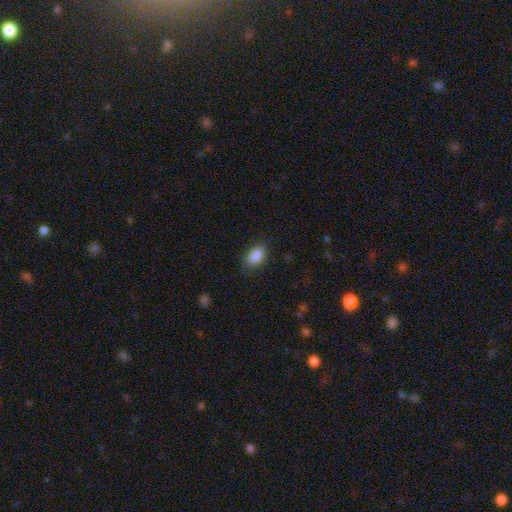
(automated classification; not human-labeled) This appears to be a smooth galaxy with no disk features (88%) that is in between round and cigar-shaped (87%). Merging: none (81%).